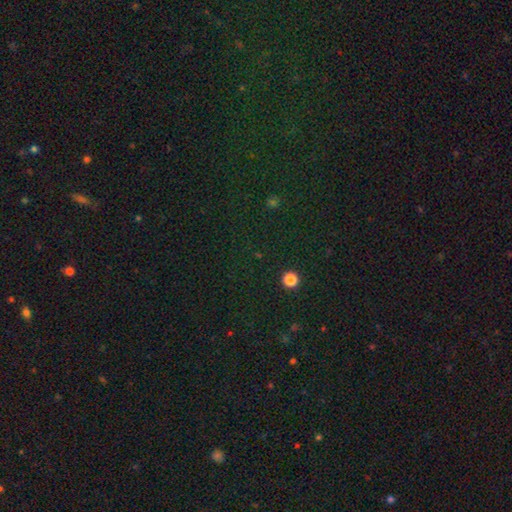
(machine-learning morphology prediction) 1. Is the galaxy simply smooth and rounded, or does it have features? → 76% star or artifact, 17% smooth, 8% featured or disk.